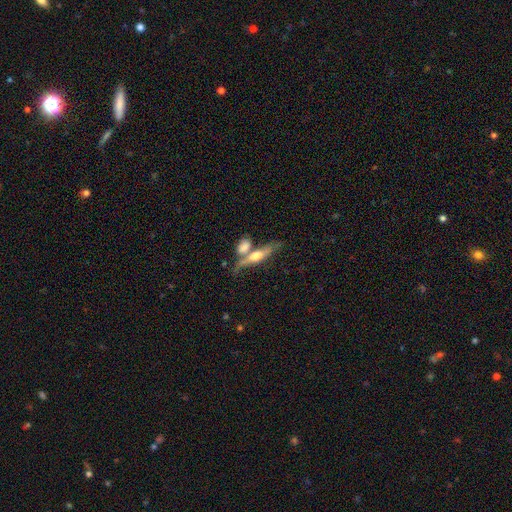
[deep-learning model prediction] Smooth or featured? featured or disk (54%)
Edge-on disk? yes (86%)
Merging? none (45%)